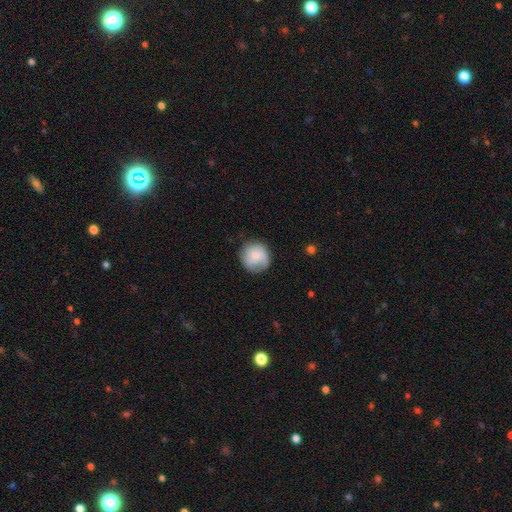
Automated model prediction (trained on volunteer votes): The model was most divided on "smooth or featured": smooth: 68%, featured or disk: 25%, star or artifact: 7%. More confident: how rounded — round (91%); merging — none (76%).